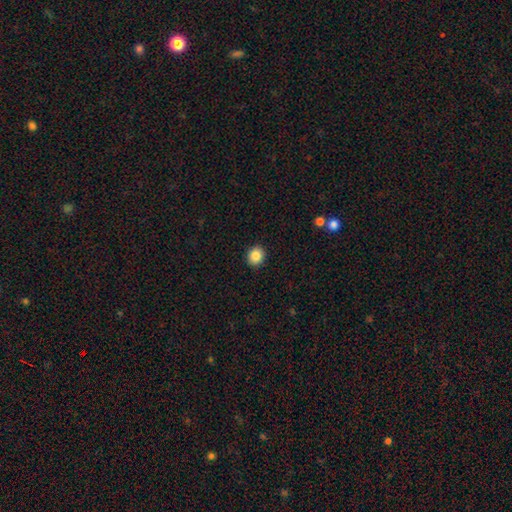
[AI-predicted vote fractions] Q: Smooth or featured?
A: smooth (86%); runner-up: star or artifact (9%)
Q: How rounded?
A: round (72%); runner-up: in between (27%)
Q: Merging?
A: none (91%); runner-up: minor disturbance (6%)